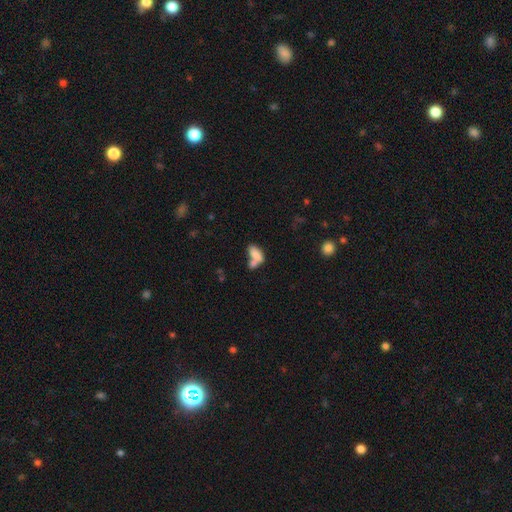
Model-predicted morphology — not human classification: Smooth or featured? smooth (78%)
How rounded? in between (87%)
Merging? merger (55%)